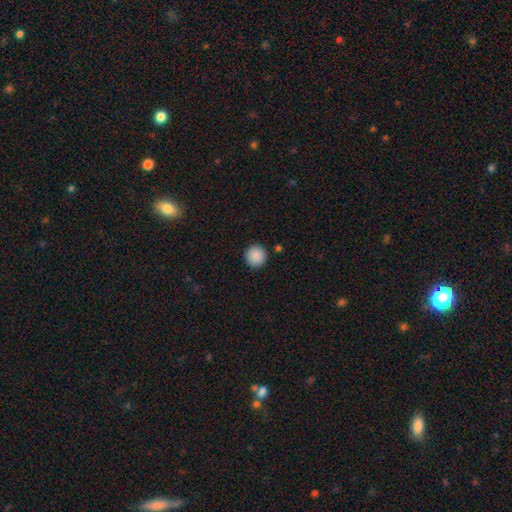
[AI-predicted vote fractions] This is clearly a smooth galaxy (90%). How rounded: clearly round (95%). Merging: clearly none (91%).